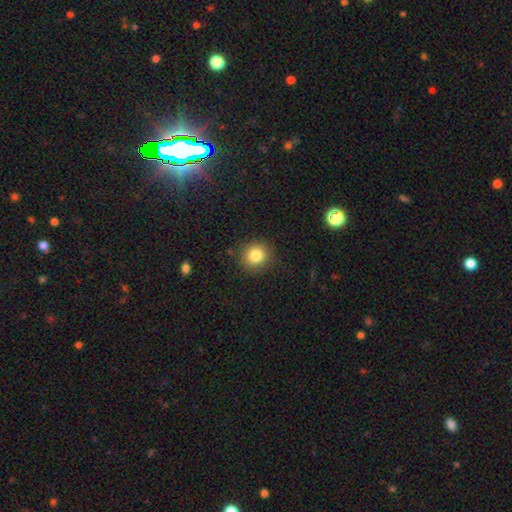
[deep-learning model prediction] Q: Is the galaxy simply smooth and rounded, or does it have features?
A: smooth — 82%.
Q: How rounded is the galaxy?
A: round — 88%.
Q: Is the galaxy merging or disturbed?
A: none — 88%.